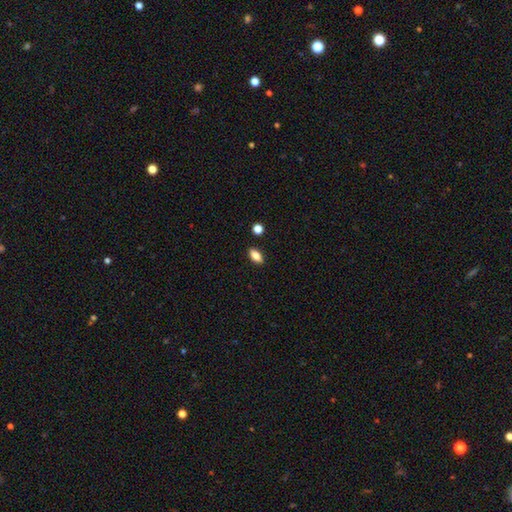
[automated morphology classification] Q: Smooth or featured?
A: smooth (81%); runner-up: featured or disk (11%)
Q: How rounded?
A: in between (86%); runner-up: cigar-shaped (9%)
Q: Merging?
A: none (88%); runner-up: minor disturbance (8%)